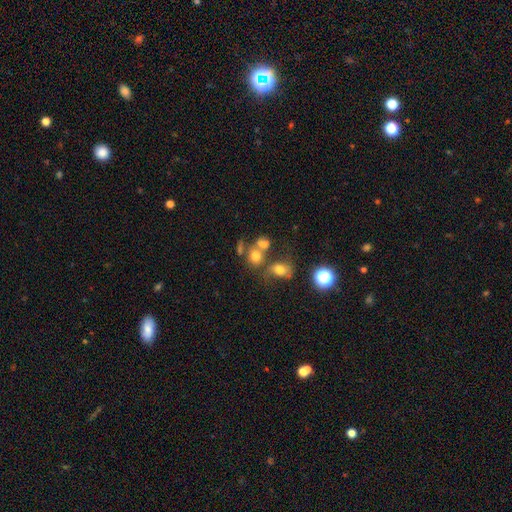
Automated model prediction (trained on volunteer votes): smooth-or-featured: smooth: 69% | star or artifact: 17% | featured or disk: 14%
  how-rounded: round: 69% | in between: 30% | cigar-shaped: 1%
  merging: none: 41% | merger: 40% | minor disturbance: 11% | major disturbance: 8%